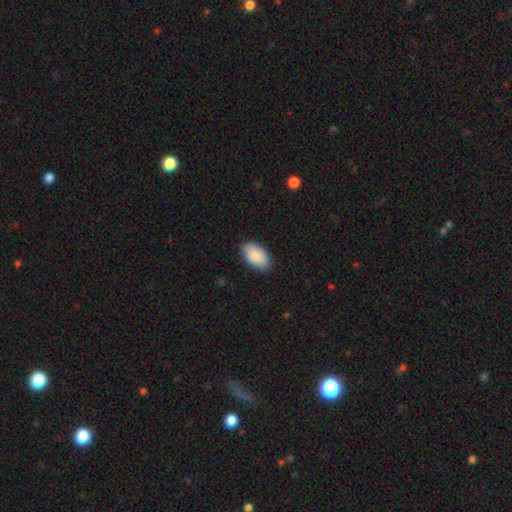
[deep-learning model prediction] A smooth galaxy with no disk features (88%) that is in between round and cigar-shaped (95%). Merging: none (84%).